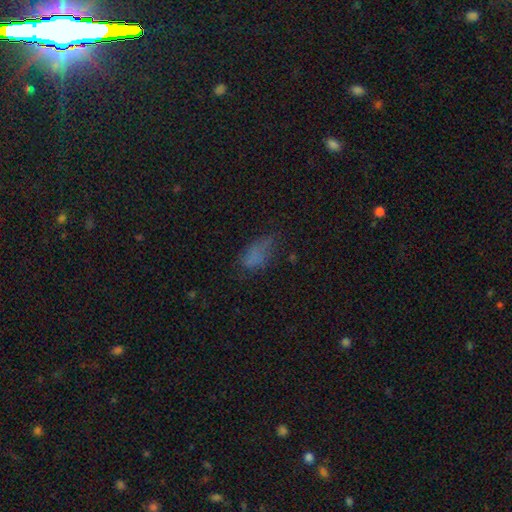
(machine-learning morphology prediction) A smooth galaxy with no disk features (64%) that is in between round and cigar-shaped (86%).

Vote fractions:
- Smooth or featured? smooth: 64% / star or artifact: 19% / featured or disk: 17%
- How rounded? in between: 86% / cigar-shaped: 7% / round: 7%
- Merging? none: 43% / minor disturbance: 29% / major disturbance: 24% / merger: 4%